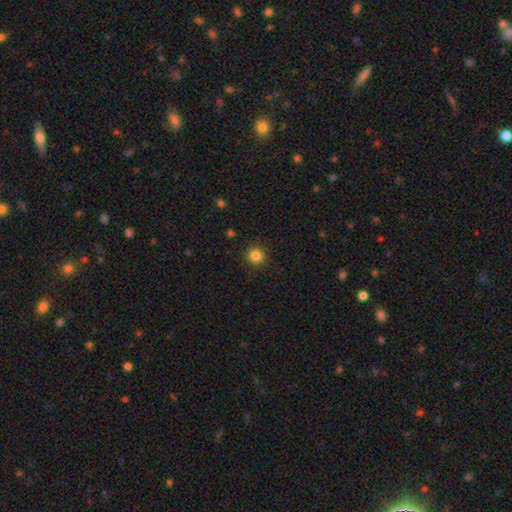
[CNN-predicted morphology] A smooth galaxy with no disk features (84%) that is round (94%). Merging: none (92%).